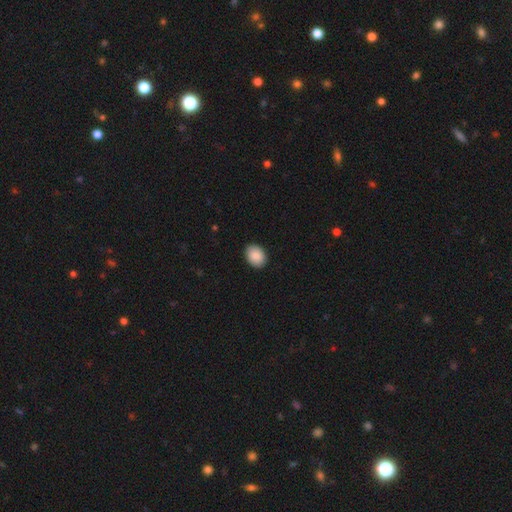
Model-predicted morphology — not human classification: A smooth galaxy with no disk features (89%) that is in between round and cigar-shaped (72%). Merging: none (90%).